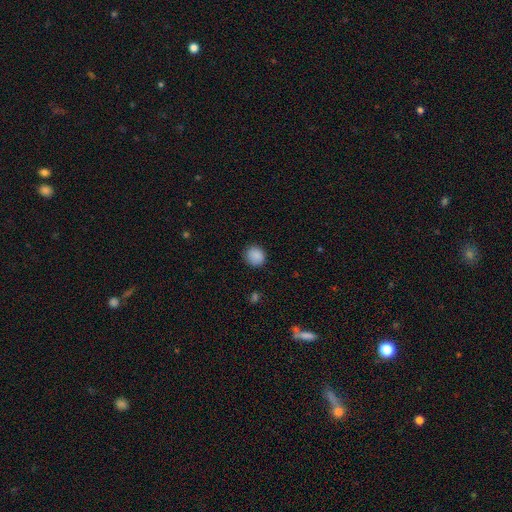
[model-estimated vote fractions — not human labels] Overall: smooth (88%). How rounded: round (85%). Merging: none (86%).